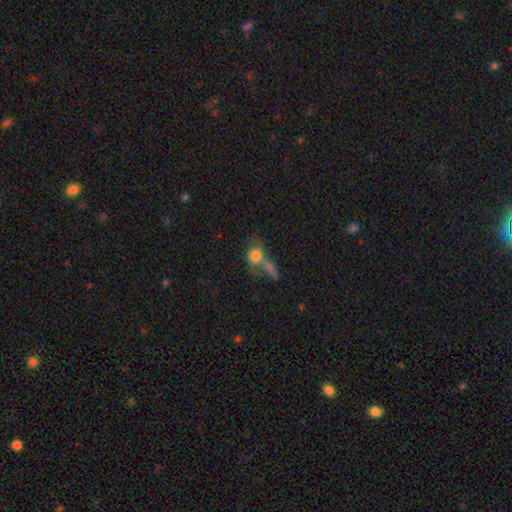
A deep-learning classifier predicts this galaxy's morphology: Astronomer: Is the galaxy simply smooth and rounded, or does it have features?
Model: smooth — 74%.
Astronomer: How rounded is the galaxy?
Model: round — 48% (runner-up: in between, 46%).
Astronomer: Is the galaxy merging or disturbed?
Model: merger — 51% (runner-up: none, 26%).